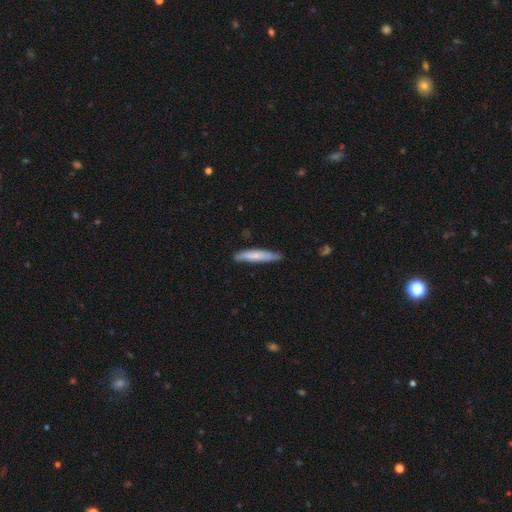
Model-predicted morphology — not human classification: smooth 68%, featured or disk 27%, star or artifact 6%. Down the decision tree: how rounded — cigar-shaped (89%); merging — none (79%).